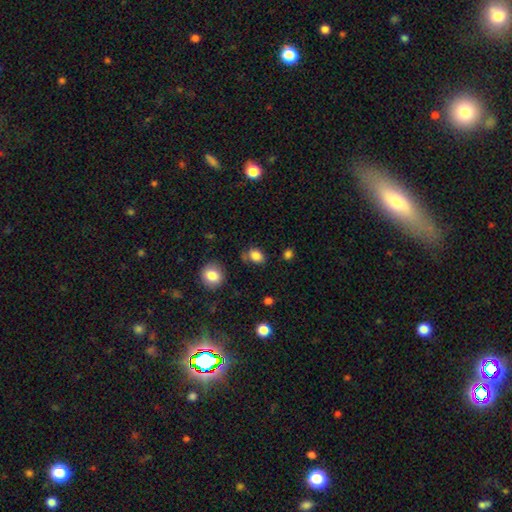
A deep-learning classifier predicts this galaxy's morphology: A smooth galaxy with no disk features (84%) that is in between round and cigar-shaped (72%). Merging: none (68%).